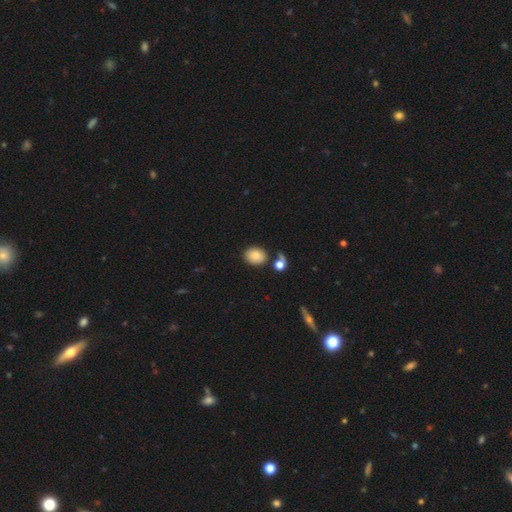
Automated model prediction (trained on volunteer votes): A smooth galaxy with no disk features (82%) that is in between round and cigar-shaped (58%). Merging: none (72%).